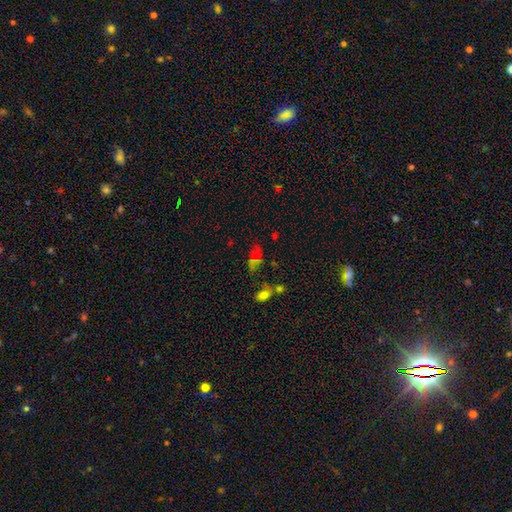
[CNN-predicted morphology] Q: Smooth or featured?
A: smooth (57%); runner-up: star or artifact (28%)
Q: How rounded?
A: in between (84%); runner-up: cigar-shaped (9%)
Q: Merging?
A: none (46%); runner-up: minor disturbance (22%)